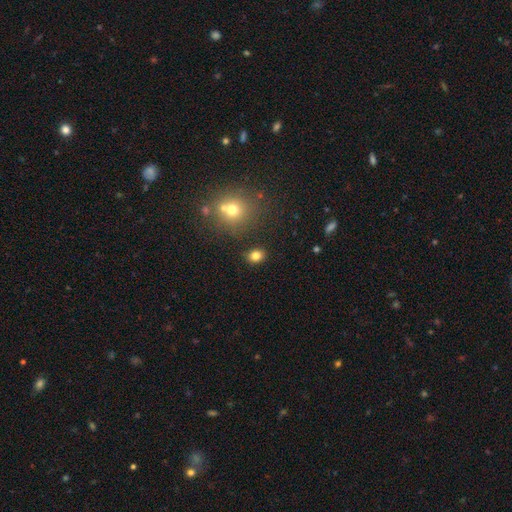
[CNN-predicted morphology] A smooth galaxy with no disk features (80%) that is in between round and cigar-shaped (52%).

Vote fractions:
- Smooth or featured? smooth: 80% / star or artifact: 13% / featured or disk: 7%
- How rounded? in between: 52% / round: 47% / cigar-shaped: 1%
- Merging? none: 85% / minor disturbance: 9% / merger: 3% / major disturbance: 3%